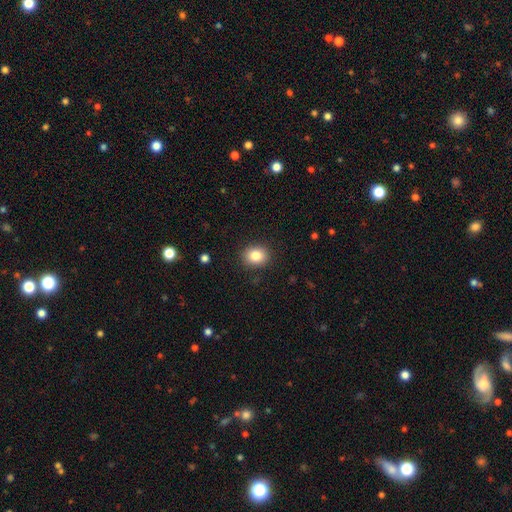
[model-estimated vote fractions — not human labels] Smooth or featured?
  - smooth: 83% *
  - star or artifact: 10%
  - featured or disk: 7%
How rounded?
  - round: 57% *
  - in between: 42%
  - cigar-shaped: 1%
Merging?
  - none: 88% *
  - minor disturbance: 8%
  - major disturbance: 2%
  - merger: 1%